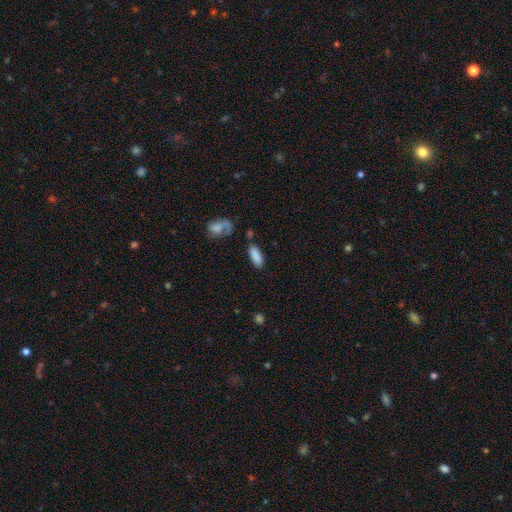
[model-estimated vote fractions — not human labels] A smooth galaxy with no disk features (85%) that is in between round and cigar-shaped (75%).

Vote fractions:
- Smooth or featured? smooth: 85% / featured or disk: 7% / star or artifact: 7%
- How rounded? in between: 75% / cigar-shaped: 23% / round: 2%
- Merging? none: 72% / minor disturbance: 14% / merger: 8% / major disturbance: 6%